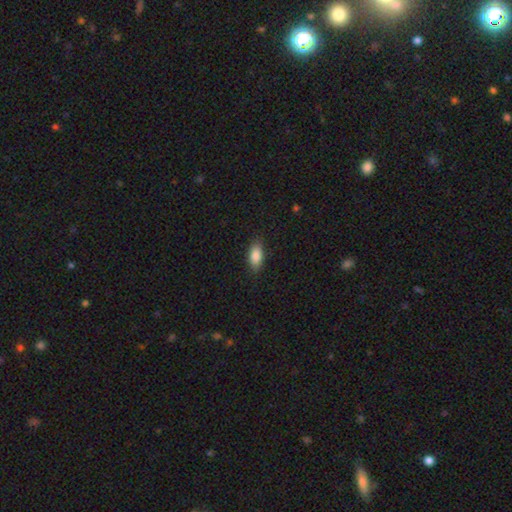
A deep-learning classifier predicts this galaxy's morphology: smooth 87%, star or artifact 7%, featured or disk 6%. Down the decision tree: how rounded — in between (89%); merging — none (86%).